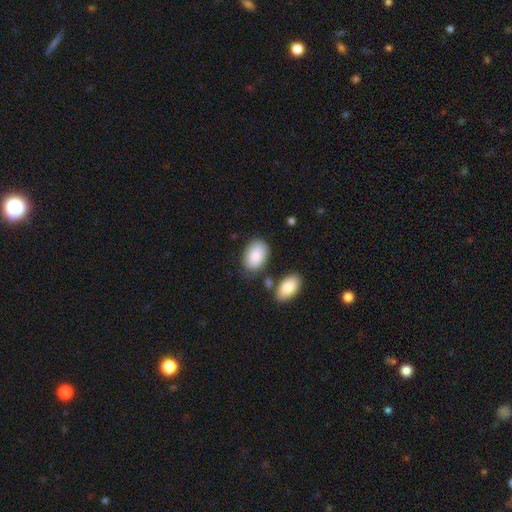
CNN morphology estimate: A smooth galaxy with no disk features (87%) that is in between round and cigar-shaped (90%).

Vote fractions:
- Smooth or featured? smooth: 87% / featured or disk: 7% / star or artifact: 6%
- How rounded? in between: 90% / round: 9% / cigar-shaped: 1%
- Merging? none: 72% / minor disturbance: 17% / merger: 7% / major disturbance: 5%